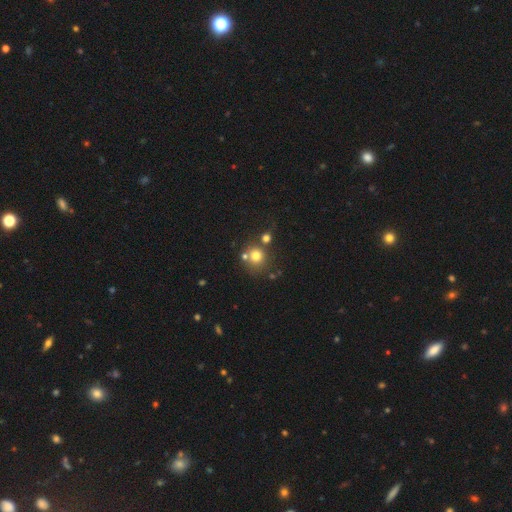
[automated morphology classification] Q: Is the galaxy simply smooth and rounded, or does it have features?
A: smooth — 74%.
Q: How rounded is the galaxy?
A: round — 89%.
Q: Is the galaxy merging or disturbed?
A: none — 62%.